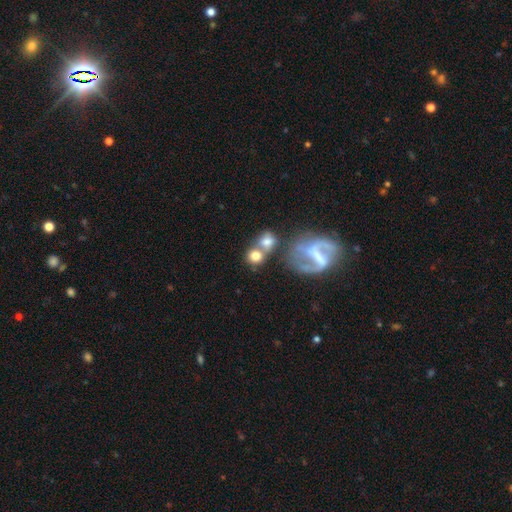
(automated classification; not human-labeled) This appears to be a smooth galaxy with no disk features (65%) that is round (77%). Merging: merger (46%).